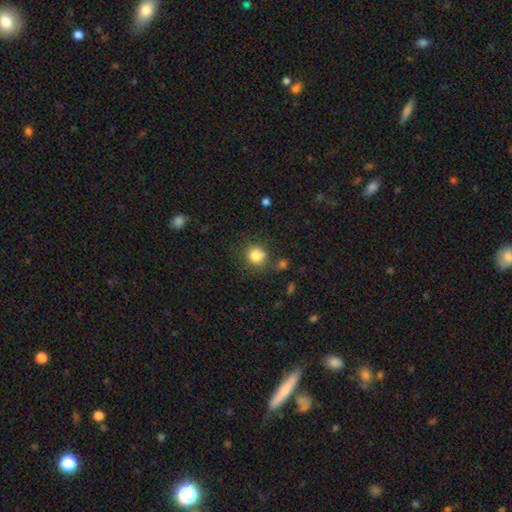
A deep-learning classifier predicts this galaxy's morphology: Q: Smooth or featured?
A: smooth (83%); runner-up: star or artifact (11%)
Q: How rounded?
A: round (86%); runner-up: in between (13%)
Q: Merging?
A: none (75%); runner-up: minor disturbance (14%)